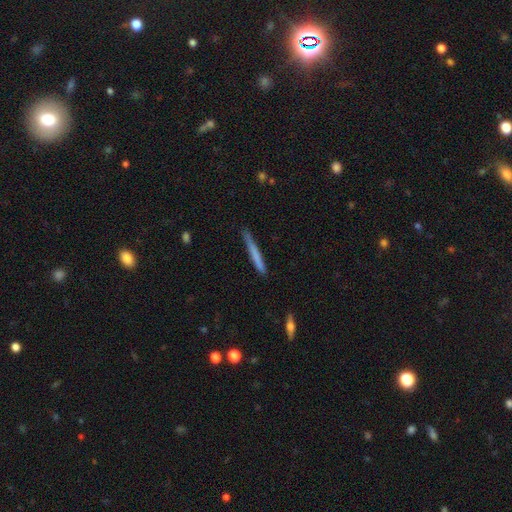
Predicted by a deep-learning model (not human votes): smooth 64%, featured or disk 30%, star or artifact 6%. Down the decision tree: how rounded — cigar-shaped (97%); merging — none (83%).